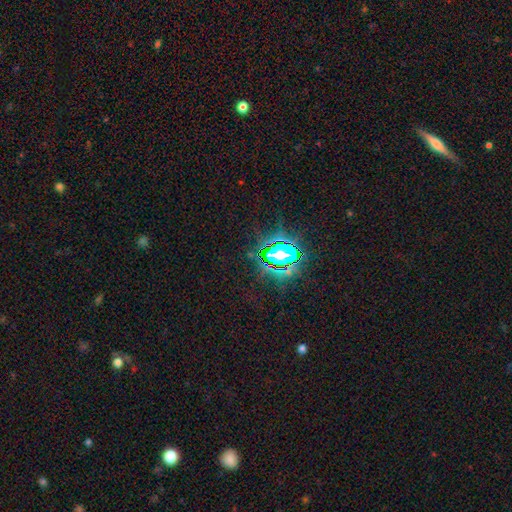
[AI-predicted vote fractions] star or artifact 81%, smooth 12%, featured or disk 7%.